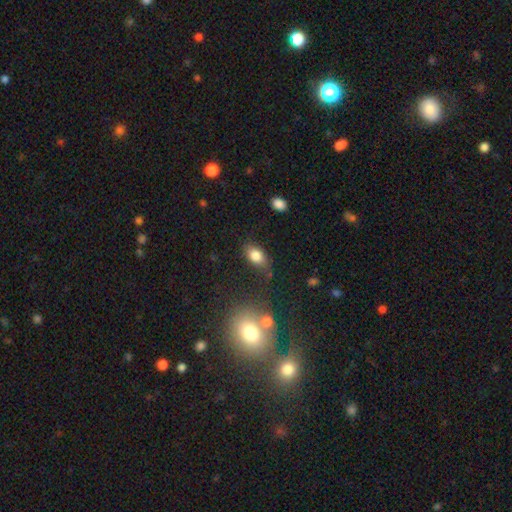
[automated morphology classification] This appears to be a smooth galaxy with no disk features (81%) that is in between round and cigar-shaped (87%). Merging: none (70%).